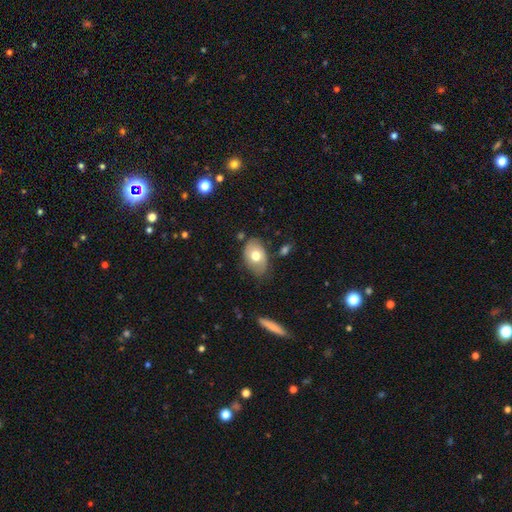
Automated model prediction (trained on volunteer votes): smooth_or_featured: smooth (p=0.66) [alt: featured or disk p=0.27]
how_rounded: in between (p=0.86) [alt: round p=0.13]
merging: none (p=0.72) [alt: minor disturbance p=0.20]